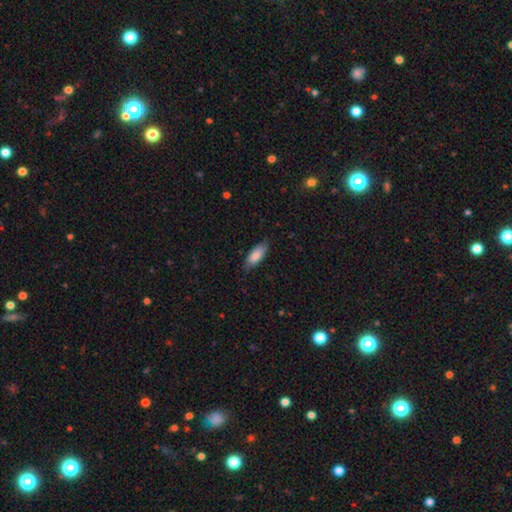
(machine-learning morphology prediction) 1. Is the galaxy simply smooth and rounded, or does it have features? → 83% smooth, 11% featured or disk, 6% star or artifact.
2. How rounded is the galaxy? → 77% in between, 22% cigar-shaped, 2% round.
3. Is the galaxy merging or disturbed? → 79% none, 17% minor disturbance, 3% major disturbance, 1% merger.